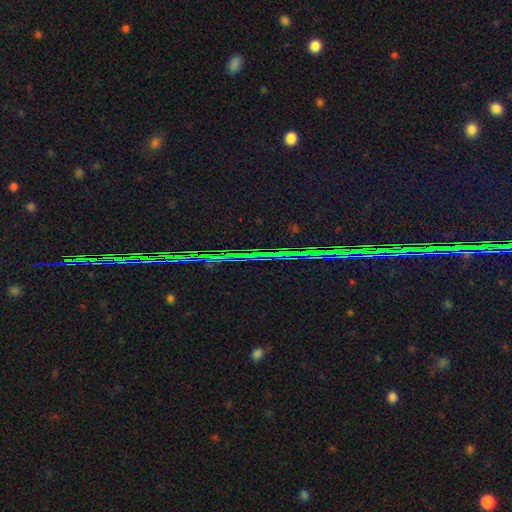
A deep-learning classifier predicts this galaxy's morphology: Smooth or featured?
  - star or artifact: 82% *
  - featured or disk: 10%
  - smooth: 8%